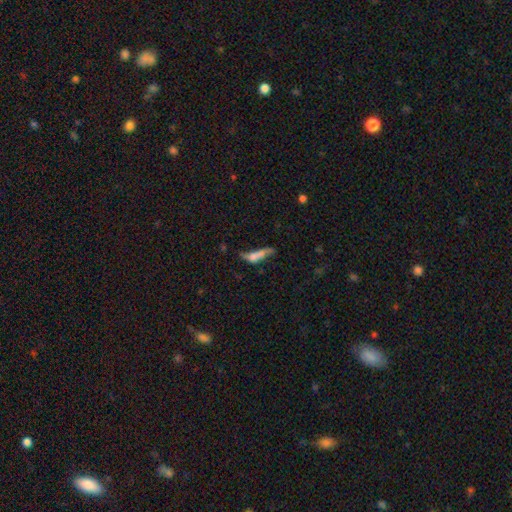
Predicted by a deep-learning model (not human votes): smooth-or-featured: smooth: 56% | featured or disk: 32% | star or artifact: 12%
  how-rounded: cigar-shaped: 58% | in between: 38% | round: 4%
  merging: major disturbance: 34% | none: 26% | minor disturbance: 23% | merger: 17%